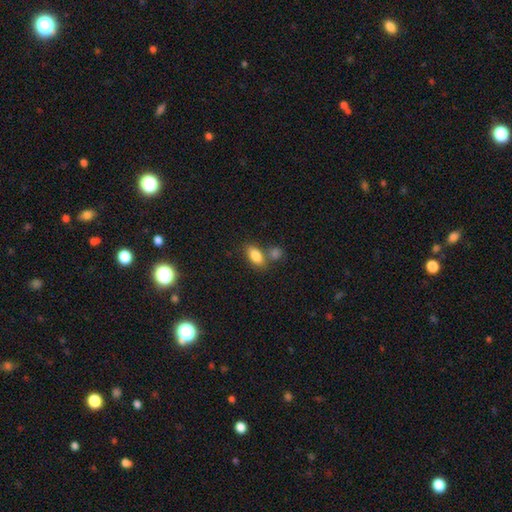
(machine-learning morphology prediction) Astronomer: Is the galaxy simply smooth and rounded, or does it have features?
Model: smooth — 83%.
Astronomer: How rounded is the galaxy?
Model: in between — 87%.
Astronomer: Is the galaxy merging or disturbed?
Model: none — 57%.